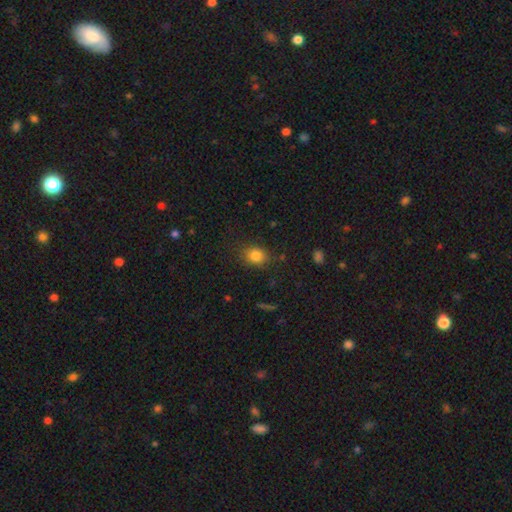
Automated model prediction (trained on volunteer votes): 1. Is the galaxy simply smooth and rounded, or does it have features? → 83% smooth, 11% star or artifact, 7% featured or disk.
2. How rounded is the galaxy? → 51% in between, 48% round, 1% cigar-shaped.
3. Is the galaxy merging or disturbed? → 81% none, 14% minor disturbance, 4% major disturbance, 2% merger.